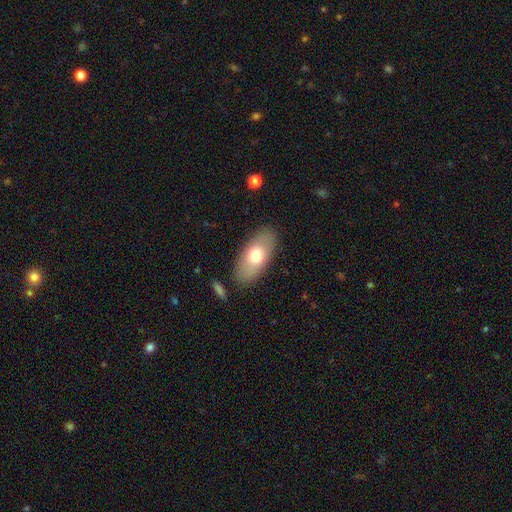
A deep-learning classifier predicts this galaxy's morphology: This is likely a smooth galaxy (68%). How rounded: clearly in between (90%). Merging: clearly none (85%).